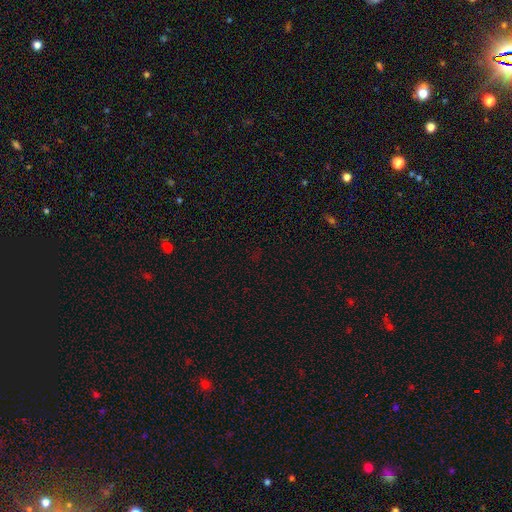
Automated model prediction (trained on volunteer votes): The model was most divided on "smooth or featured": star or artifact: 69%, smooth: 25%, featured or disk: 7%.